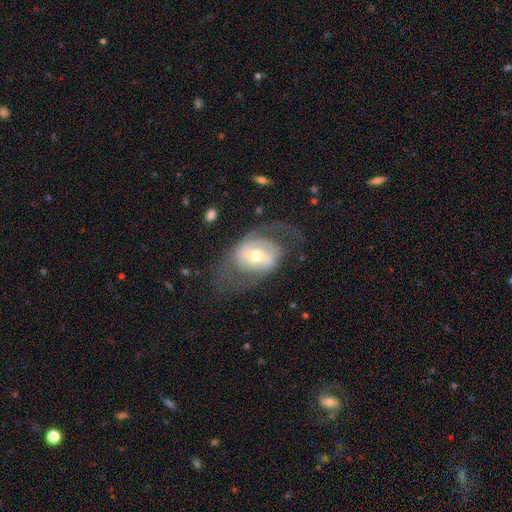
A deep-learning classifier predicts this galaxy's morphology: smooth-or-featured: featured or disk: 76% | smooth: 19% | star or artifact: 6%
  disk-edge-on: no: 95% | yes: 5%
    bar: weak: 42% | strong: 33% | no: 25%
    has-spiral-arms: yes: 79% | no: 21%
      spiral-winding: medium: 45% | loose: 31% | tight: 24%
      spiral-arm-count: 2: 77% | can't tell: 12% | 1: 8% | 3: 2% | 4: 1% | more than 4: 1%
    bulge-size: moderate: 66% | small: 24% | large: 8% | dominant: 1% | none: 1%
  merging: none: 57% | major disturbance: 24% | minor disturbance: 18% | merger: 2%